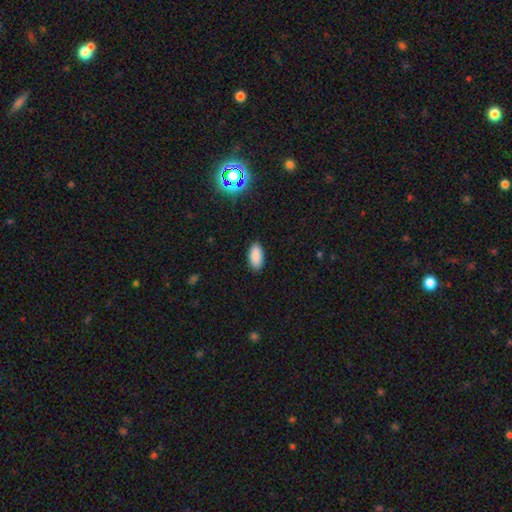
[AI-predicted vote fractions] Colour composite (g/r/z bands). It shows a smooth galaxy with no disk features (88%) that is in between round and cigar-shaped (94%). Merging: none (88%).